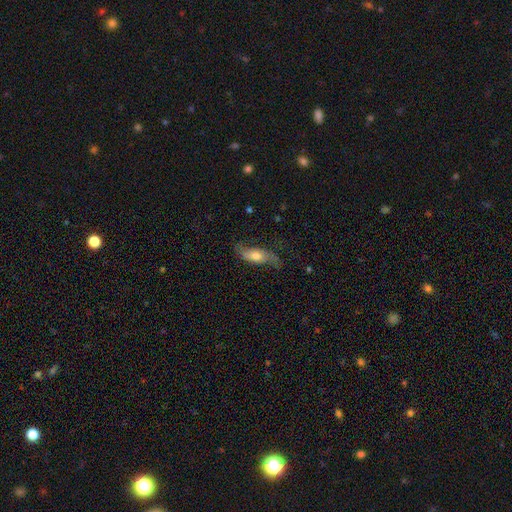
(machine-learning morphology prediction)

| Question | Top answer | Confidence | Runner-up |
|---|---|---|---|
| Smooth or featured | featured or disk | 55% | smooth (37%) |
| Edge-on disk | no | 79% | yes (21%) |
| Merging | none | 62% | minor disturbance (23%) |